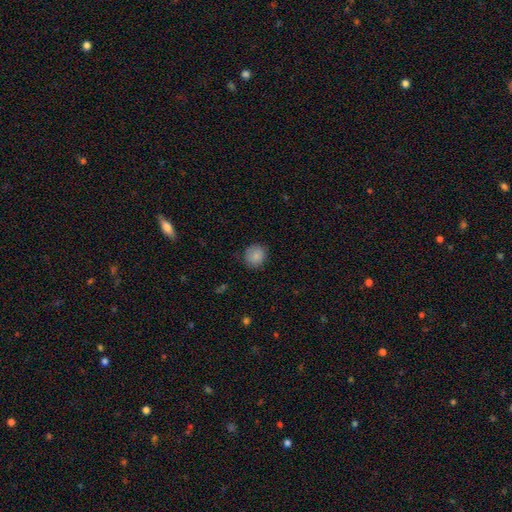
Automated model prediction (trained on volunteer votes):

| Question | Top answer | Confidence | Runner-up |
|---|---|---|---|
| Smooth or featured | smooth | 85% | star or artifact (9%) |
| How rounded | round | 86% | in between (13%) |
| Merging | none | 84% | minor disturbance (12%) |